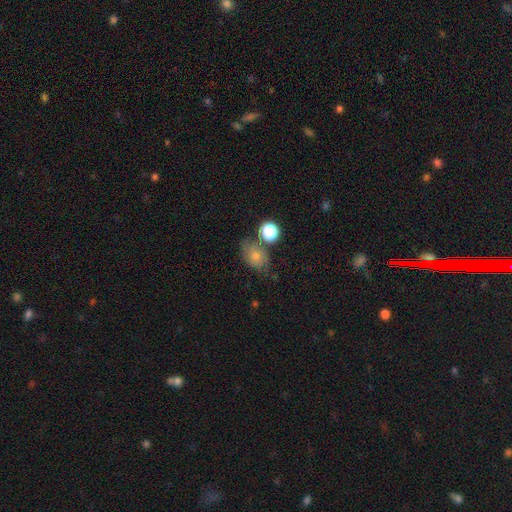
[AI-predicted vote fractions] smooth_or_featured: smooth (p=0.68) [alt: featured or disk p=0.19]
how_rounded: in between (p=0.62) [alt: round p=0.36]
merging: none (p=0.54) [alt: minor disturbance p=0.24]